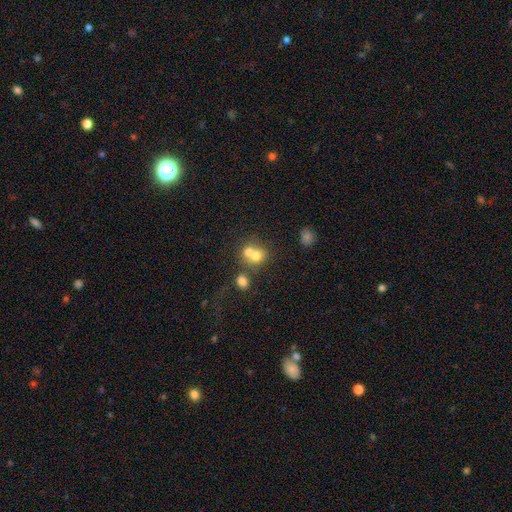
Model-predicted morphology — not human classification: The model was most divided on "merging": merger: 60%, none: 30%, minor disturbance: 6%, major disturbance: 4%. More confident: how rounded — round (75%); smooth or featured — smooth (67%).